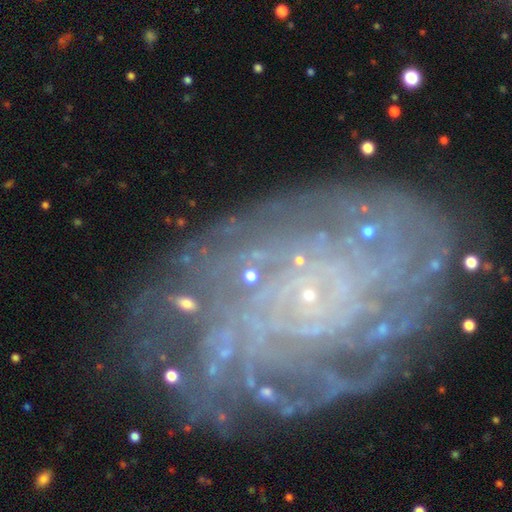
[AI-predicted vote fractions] A featured or disk galaxy (78%) with no bar (65%), tight (81%) spiral arms (95%) and a small central bulge (82%). Merging: none (66%).